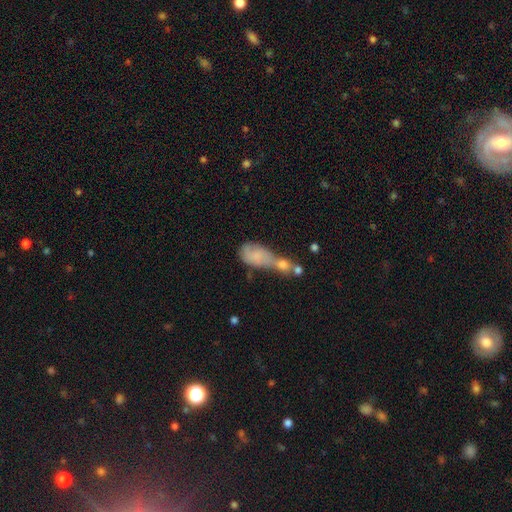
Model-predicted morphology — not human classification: smooth-or-featured: smooth: 64% | featured or disk: 26% | star or artifact: 10%
  how-rounded: in between: 77% | round: 13% | cigar-shaped: 11%
  merging: merger: 61% | none: 14% | major disturbance: 14% | minor disturbance: 10%